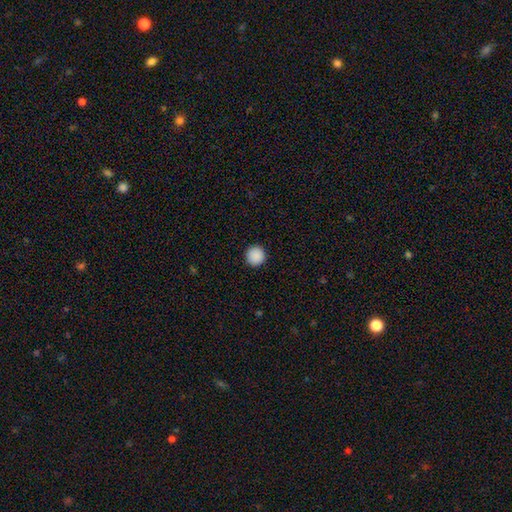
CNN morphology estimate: Smooth or featured?
  - smooth: 90% *
  - star or artifact: 8%
  - featured or disk: 2%
How rounded?
  - round: 96% *
  - in between: 3%
  - cigar-shaped: 1%
Merging?
  - none: 93% *
  - minor disturbance: 5%
  - major disturbance: 2%
  - merger: 1%